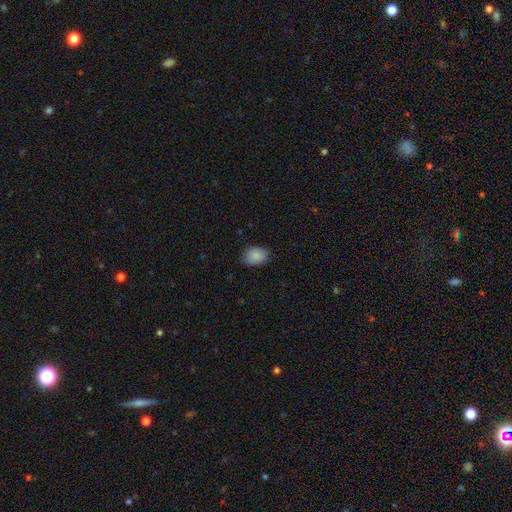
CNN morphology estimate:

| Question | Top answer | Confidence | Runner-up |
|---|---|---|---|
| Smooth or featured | smooth | 88% | star or artifact (7%) |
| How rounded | in between | 75% | round (24%) |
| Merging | none | 81% | minor disturbance (15%) |